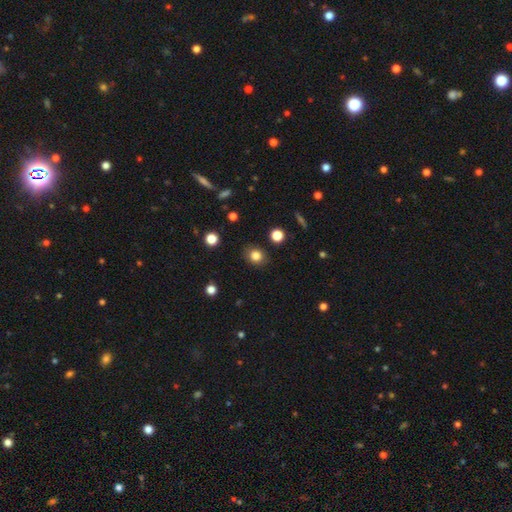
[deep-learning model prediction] Q: Smooth or featured?
A: smooth (83%); runner-up: star or artifact (12%)
Q: How rounded?
A: round (72%); runner-up: in between (27%)
Q: Merging?
A: none (86%); runner-up: minor disturbance (9%)